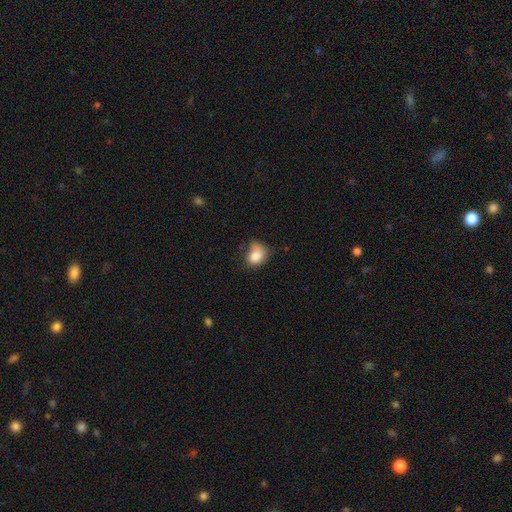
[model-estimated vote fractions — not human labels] smooth_or_featured: smooth (p=0.84) [alt: star or artifact p=0.09]
how_rounded: in between (p=0.55) [alt: round p=0.44]
merging: none (p=0.42) [alt: minor disturbance p=0.36]